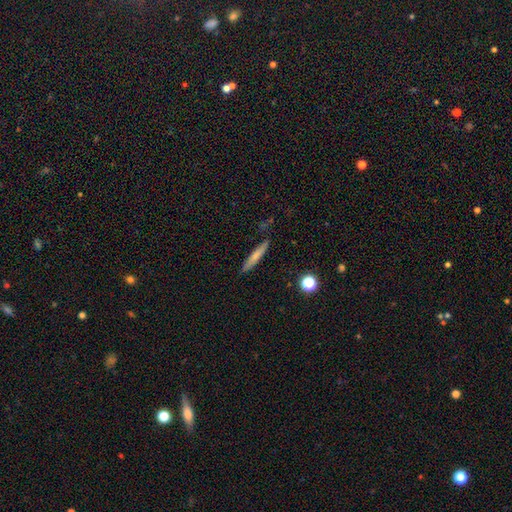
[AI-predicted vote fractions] smooth 66%, featured or disk 26%, star or artifact 8%. Down the decision tree: how rounded — cigar-shaped (93%); merging — none (86%).